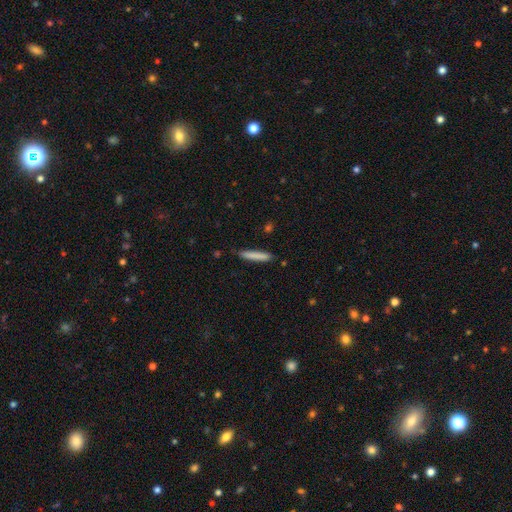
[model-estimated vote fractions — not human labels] A smooth galaxy with no disk features (82%) that is cigar-shaped (94%). Merging: none (85%).